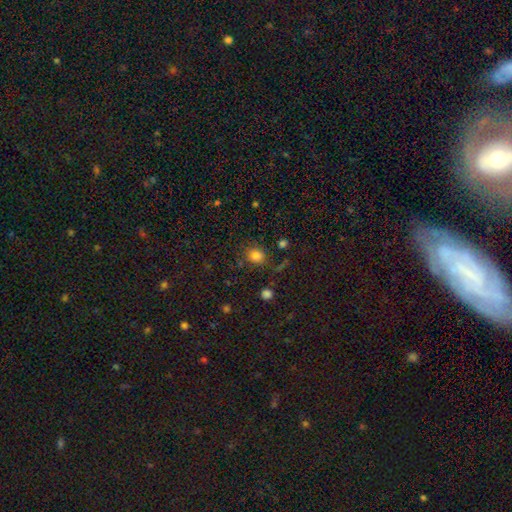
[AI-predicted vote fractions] This is clearly a smooth galaxy (80%). How rounded: likely round (68%). Merging: likely none (77%).